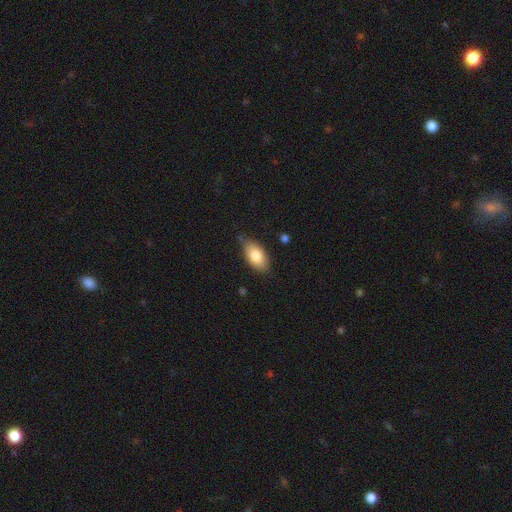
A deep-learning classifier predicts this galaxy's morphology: This appears to be a smooth galaxy with no disk features (82%) that is in between round and cigar-shaped (92%). Merging: none (72%).